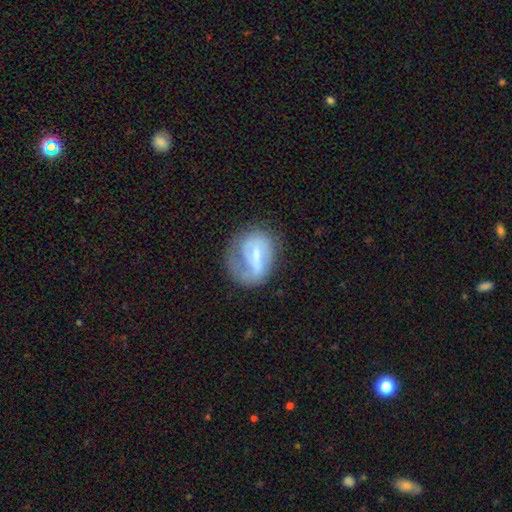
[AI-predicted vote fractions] This appears to be a featured or disk galaxy (58%) with a weak bar (46%), spiral arms (71%) and a small central bulge (45%). Merging: none (48%).